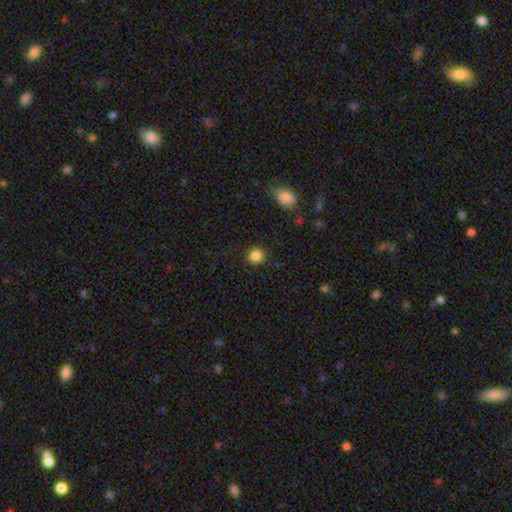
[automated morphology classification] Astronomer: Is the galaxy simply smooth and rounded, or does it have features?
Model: smooth — 85%.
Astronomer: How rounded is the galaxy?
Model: round — 90%.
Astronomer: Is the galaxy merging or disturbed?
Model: none — 89%.